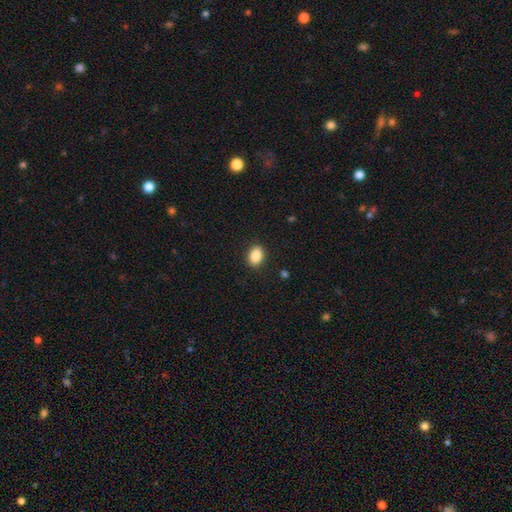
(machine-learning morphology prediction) This appears to be a smooth galaxy with no disk features (88%) that is in between round and cigar-shaped (79%). Merging: none (89%).